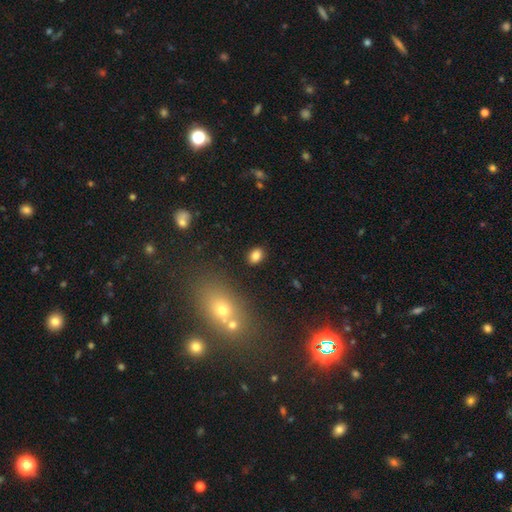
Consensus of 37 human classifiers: Overall: smooth (92%). How rounded: in between (71%). Merging: none (92%).